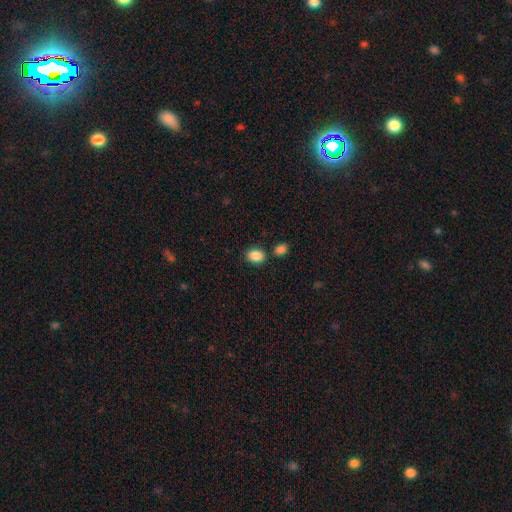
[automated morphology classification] This is clearly a smooth galaxy (88%). How rounded: likely in between (76%). Merging: likely none (75%).